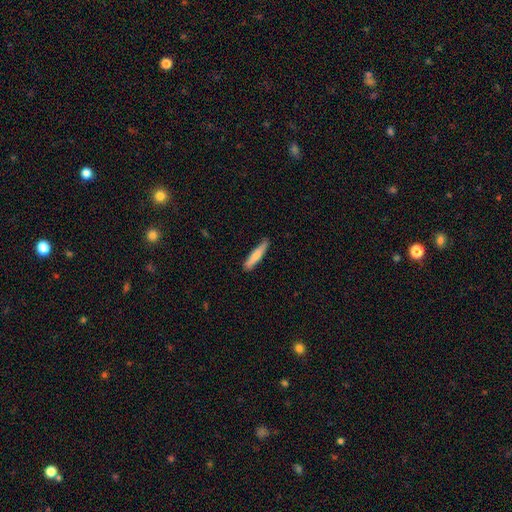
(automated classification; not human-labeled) Morphology: type=smooth (73%); roundness=cigar-shaped (90%); merging=none (84%).